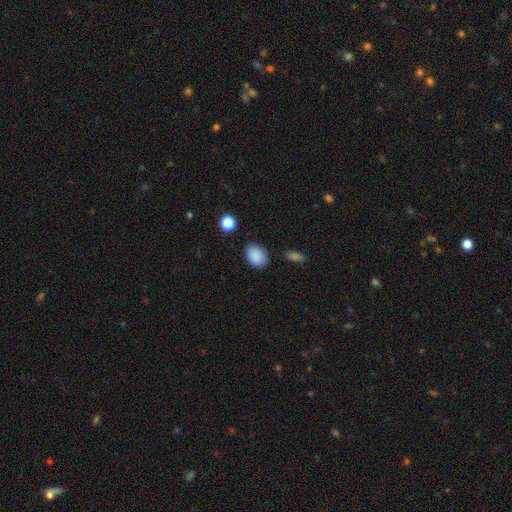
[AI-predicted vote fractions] This appears to be a smooth galaxy with no disk features (89%) that is in between round and cigar-shaped (74%). Merging: none (82%).